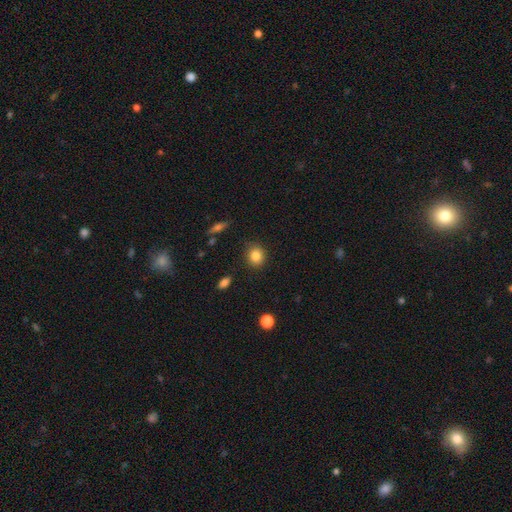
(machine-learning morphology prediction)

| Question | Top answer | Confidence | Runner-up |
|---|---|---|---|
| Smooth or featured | smooth | 85% | star or artifact (10%) |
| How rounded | round | 76% | in between (22%) |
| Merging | none | 88% | minor disturbance (8%) |